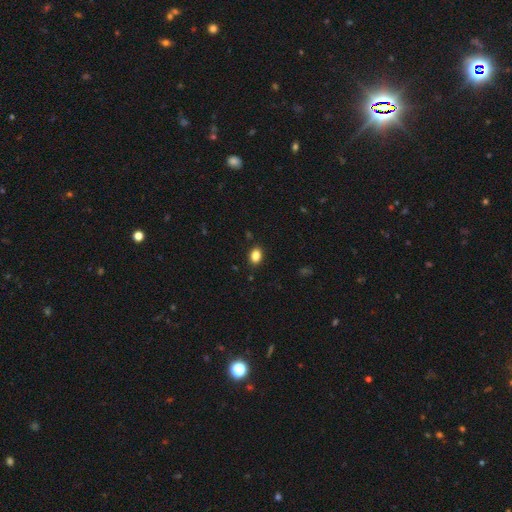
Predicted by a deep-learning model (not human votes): Smooth or featured?
  - smooth: 86% *
  - star or artifact: 9%
  - featured or disk: 4%
How rounded?
  - in between: 77% *
  - round: 22%
  - cigar-shaped: 1%
Merging?
  - none: 89% *
  - minor disturbance: 8%
  - major disturbance: 2%
  - merger: 1%